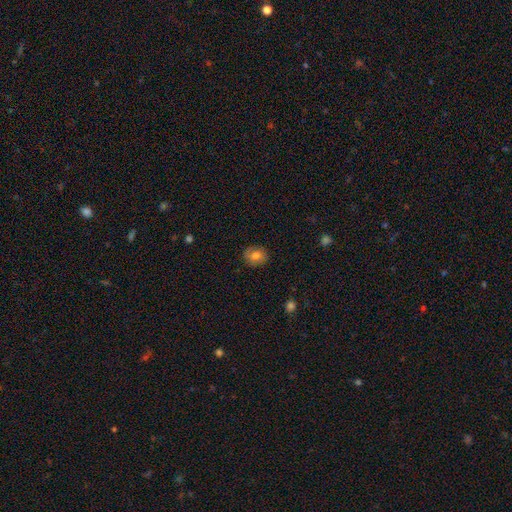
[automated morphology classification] Smooth or featured? smooth (77%)
How rounded? round (57%)
Merging? none (86%)